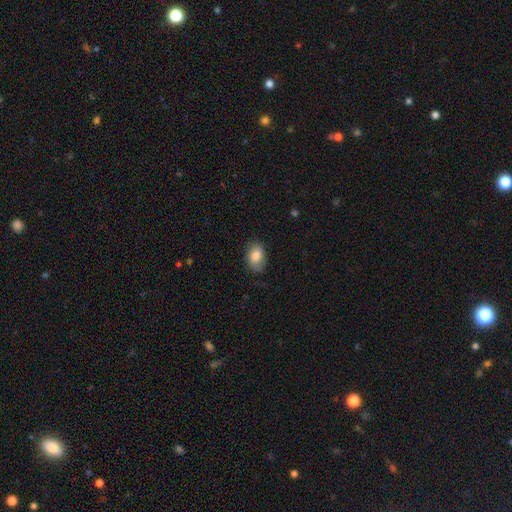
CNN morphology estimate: A smooth galaxy with no disk features (84%) that is in between round and cigar-shaped (87%).

Vote fractions:
- Smooth or featured? smooth: 84% / featured or disk: 9% / star or artifact: 7%
- How rounded? in between: 87% / round: 12% / cigar-shaped: 1%
- Merging? none: 74% / minor disturbance: 20% / major disturbance: 5% / merger: 1%